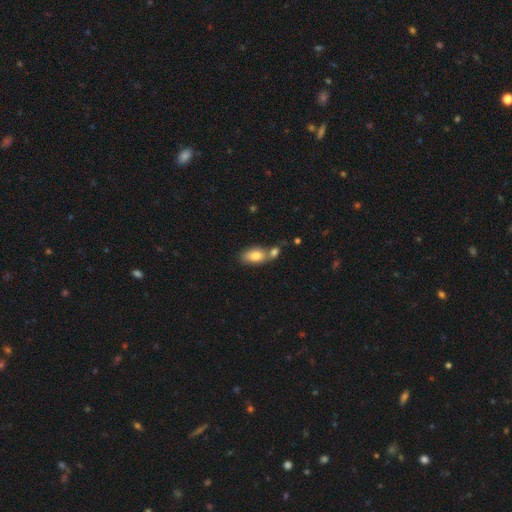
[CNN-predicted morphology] Overall: smooth (80%). How rounded: in between (90%). Merging: merger (45%; none 40%).